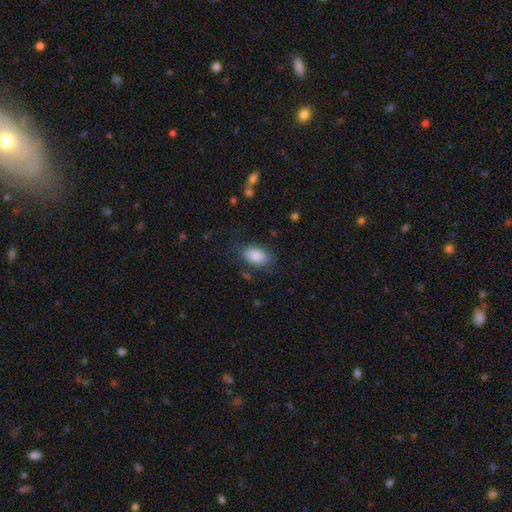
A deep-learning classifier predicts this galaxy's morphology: smooth_or_featured: smooth (p=0.85) [alt: featured or disk p=0.08]
how_rounded: in between (p=0.91) [alt: round p=0.07]
merging: none (p=0.74) [alt: minor disturbance p=0.18]